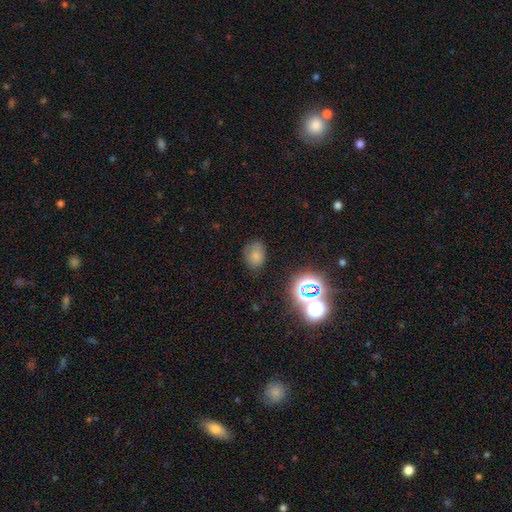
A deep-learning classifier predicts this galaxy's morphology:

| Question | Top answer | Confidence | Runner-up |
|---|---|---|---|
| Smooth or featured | smooth | 70% | star or artifact (19%) |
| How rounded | in between | 62% | round (37%) |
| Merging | none | 67% | minor disturbance (23%) |